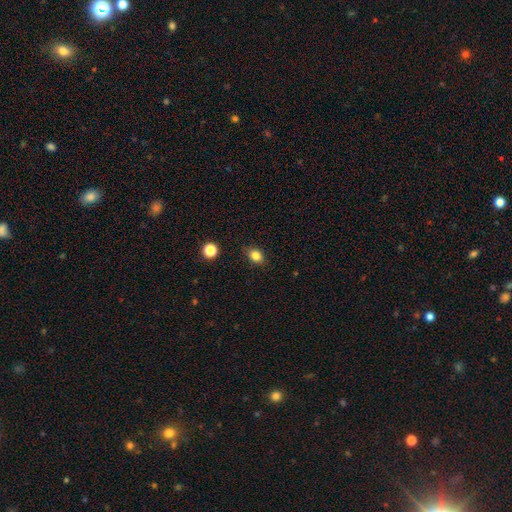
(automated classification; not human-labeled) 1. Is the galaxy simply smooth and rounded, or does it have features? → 83% smooth, 11% star or artifact, 6% featured or disk.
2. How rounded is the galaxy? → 67% in between, 32% round, 2% cigar-shaped.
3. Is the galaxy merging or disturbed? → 85% none, 12% minor disturbance, 2% major disturbance, 1% merger.